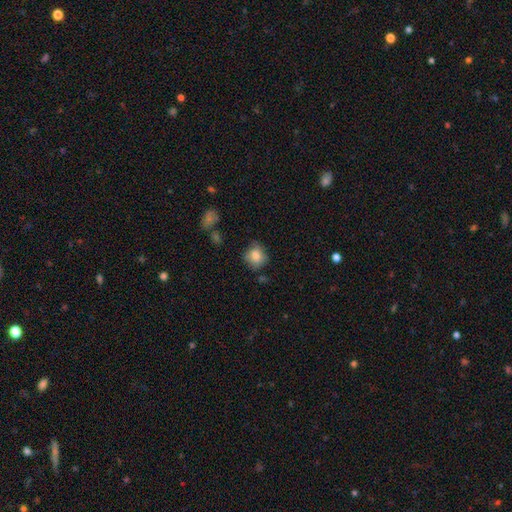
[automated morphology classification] A smooth galaxy with no disk features (79%) that is round (72%). Merging: none (69%).